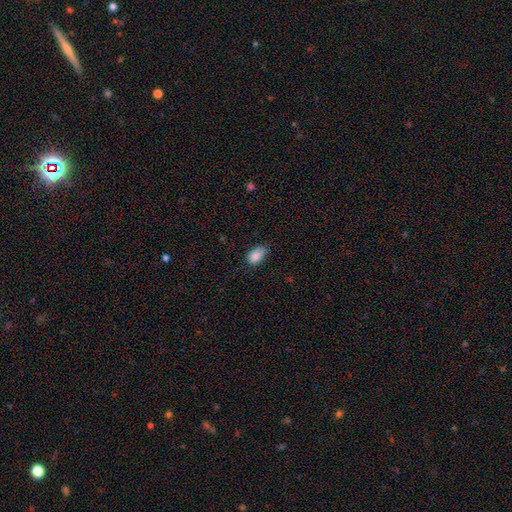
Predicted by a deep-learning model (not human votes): A smooth galaxy with no disk features (87%) that is in between round and cigar-shaped (91%). Merging: none (71%).